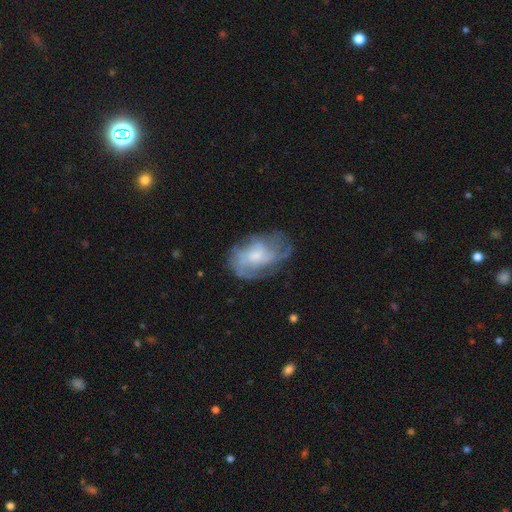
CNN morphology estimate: smooth-or-featured: featured or disk: 69% | smooth: 24% | star or artifact: 8%
  disk-edge-on: no: 97% | yes: 3%
    bar: no: 69% | weak: 27% | strong: 4%
    has-spiral-arms: yes: 80% | no: 20%
      spiral-winding: medium: 41% | tight: 33% | loose: 26%
      spiral-arm-count: can't tell: 44% | 2: 18% | 3: 17% | 4: 10% | 1: 5% | more than 4: 5%
    bulge-size: moderate: 40% | small: 39% | none: 10% | large: 9% | dominant: 2%
  merging: none: 56% | minor disturbance: 23% | major disturbance: 19% | merger: 2%